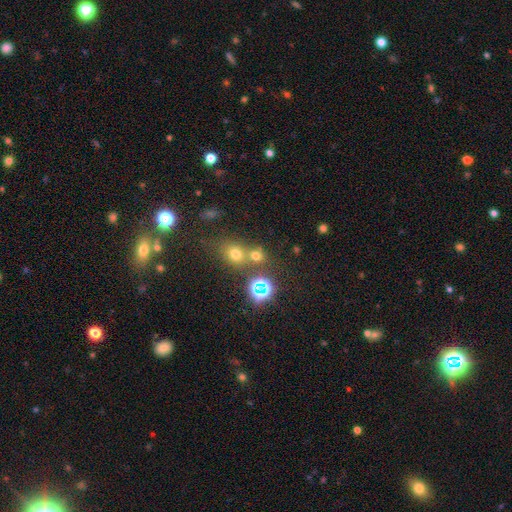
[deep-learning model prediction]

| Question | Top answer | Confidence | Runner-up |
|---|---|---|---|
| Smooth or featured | smooth | 59% | star or artifact (32%) |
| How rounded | round | 74% | in between (25%) |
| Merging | none | 56% | merger (32%) |